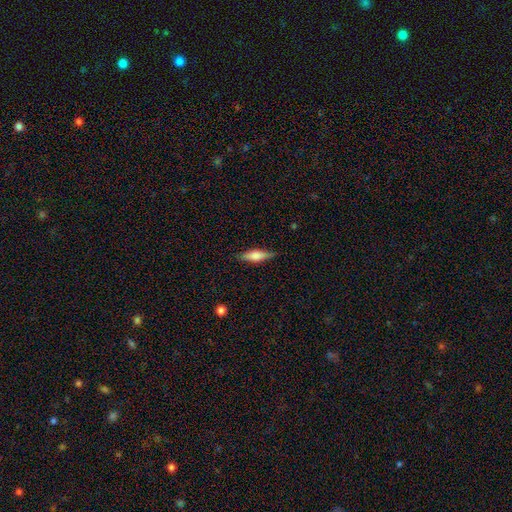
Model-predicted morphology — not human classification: Smooth or featured? smooth (60%)
How rounded? cigar-shaped (54%)
Merging? none (84%)